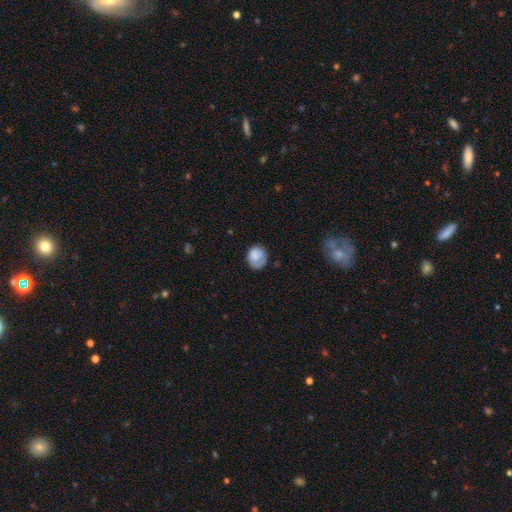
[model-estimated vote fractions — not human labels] smooth-or-featured: smooth: 78% | featured or disk: 14% | star or artifact: 8%
  how-rounded: round: 71% | in between: 28% | cigar-shaped: 1%
  merging: none: 64% | minor disturbance: 25% | major disturbance: 10% | merger: 2%